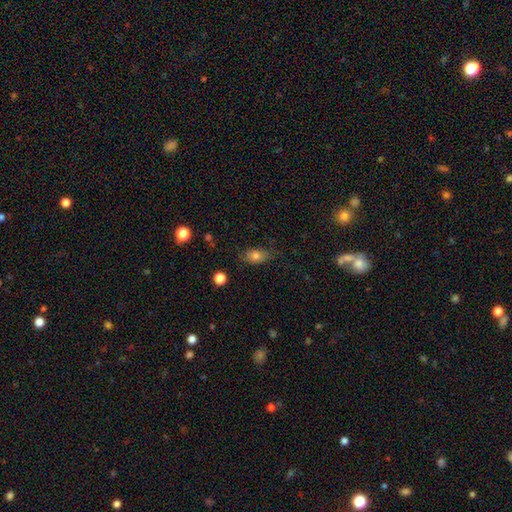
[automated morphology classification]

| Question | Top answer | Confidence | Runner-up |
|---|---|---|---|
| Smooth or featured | smooth | 79% | featured or disk (11%) |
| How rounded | in between | 81% | round (16%) |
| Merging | none | 76% | minor disturbance (18%) |